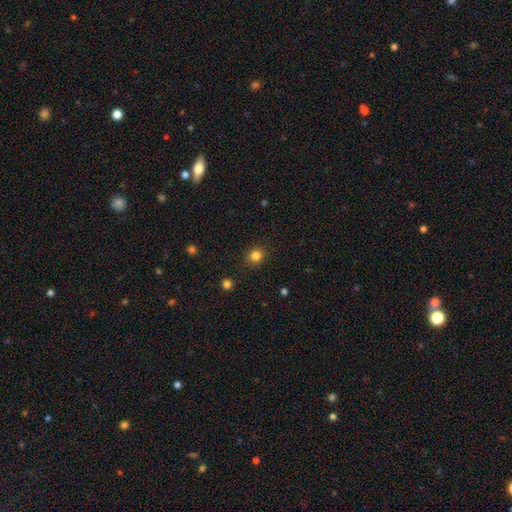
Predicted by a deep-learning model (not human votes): smooth 83%, star or artifact 13%, featured or disk 4%. Down the decision tree: how rounded — round (83%); merging — none (89%).